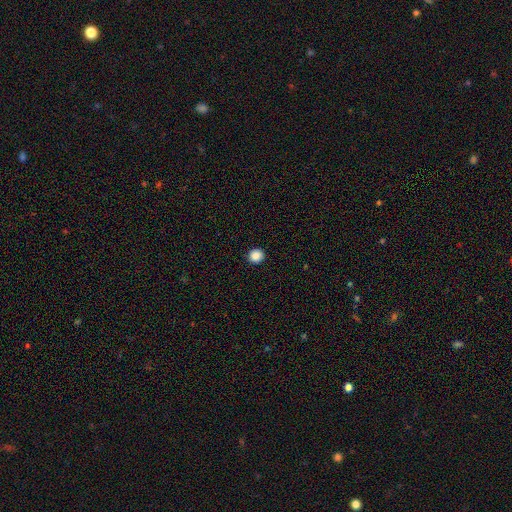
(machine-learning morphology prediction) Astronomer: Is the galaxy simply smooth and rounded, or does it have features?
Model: smooth — 88%.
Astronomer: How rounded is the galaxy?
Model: round — 93%.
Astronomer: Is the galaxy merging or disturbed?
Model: none — 93%.